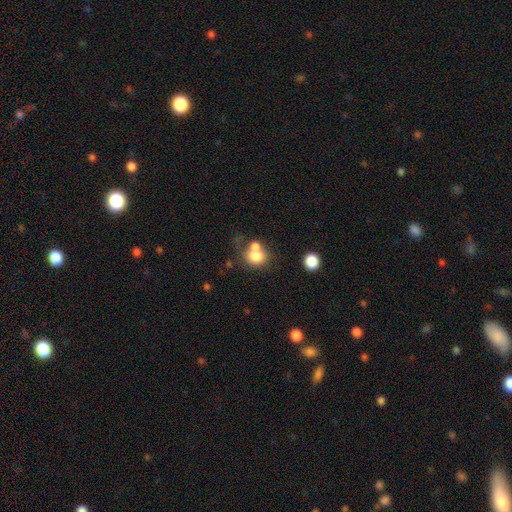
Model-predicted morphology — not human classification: Smooth or featured?
  - smooth: 76% *
  - featured or disk: 14%
  - star or artifact: 11%
How rounded?
  - round: 70% *
  - in between: 29%
  - cigar-shaped: 1%
Merging?
  - merger: 45% *
  - none: 38%
  - minor disturbance: 11%
  - major disturbance: 6%